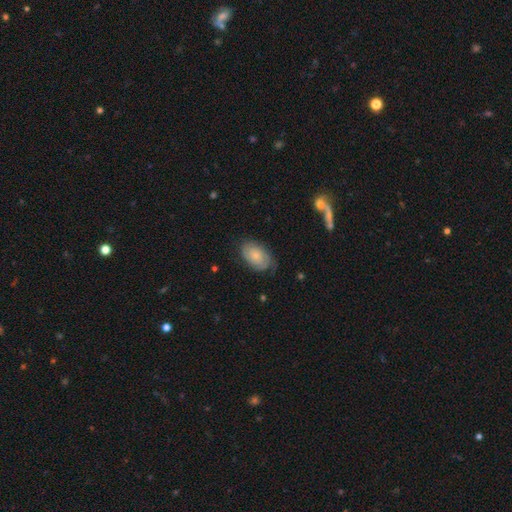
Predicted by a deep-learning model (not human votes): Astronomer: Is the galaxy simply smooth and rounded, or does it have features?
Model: featured or disk — 51% (runner-up: smooth, 42%).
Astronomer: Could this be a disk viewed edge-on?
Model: no — 95%.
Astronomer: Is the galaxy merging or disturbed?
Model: none — 70%.